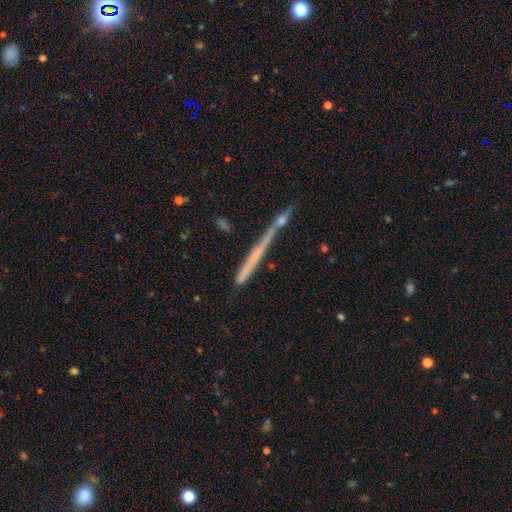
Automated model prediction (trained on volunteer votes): A featured or disk galaxy (52%) viewed edge-on (94%). Merging: none (67%).